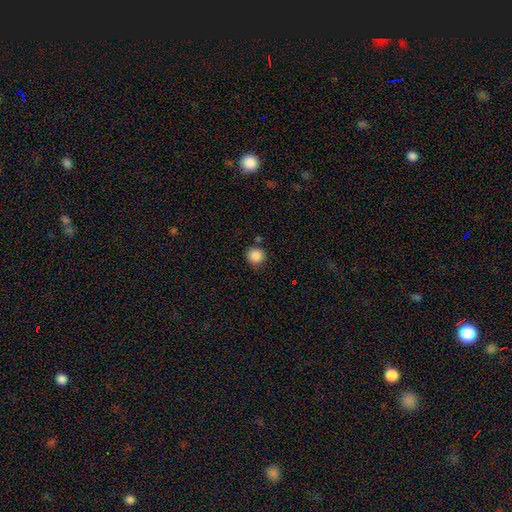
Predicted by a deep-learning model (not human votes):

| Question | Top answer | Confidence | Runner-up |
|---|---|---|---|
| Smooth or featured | smooth | 87% | star or artifact (10%) |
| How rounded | round | 93% | in between (6%) |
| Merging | none | 82% | minor disturbance (11%) |